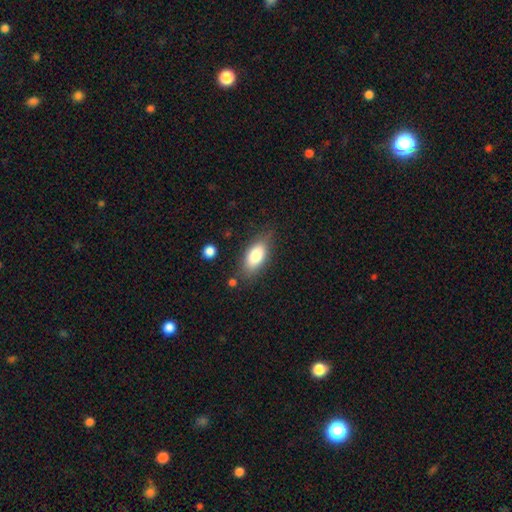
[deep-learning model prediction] Morphology: type=smooth (78%); roundness=in between (87%); merging=none (74%).